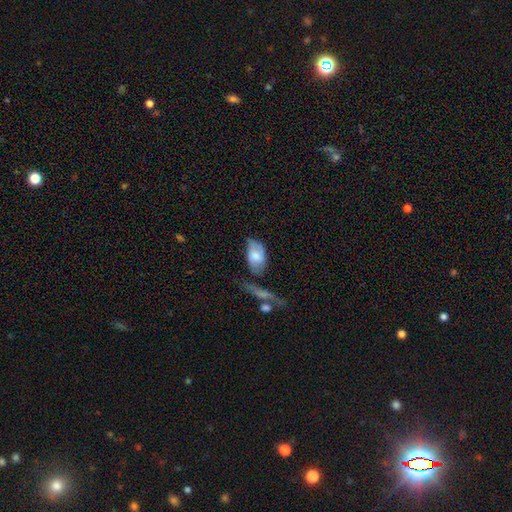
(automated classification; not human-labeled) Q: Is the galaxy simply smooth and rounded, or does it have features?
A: smooth — 61%.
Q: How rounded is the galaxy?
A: in between — 91%.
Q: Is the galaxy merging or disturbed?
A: none — 41%.